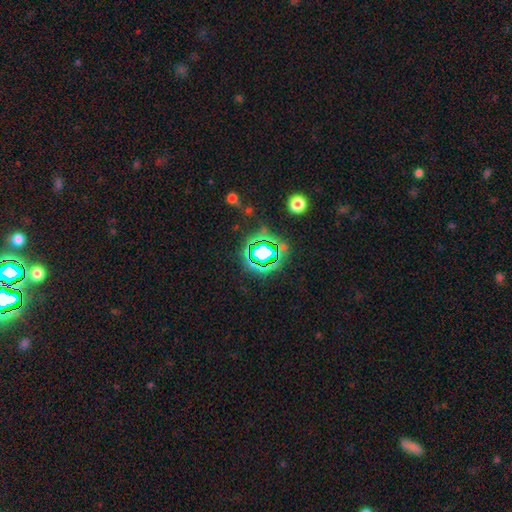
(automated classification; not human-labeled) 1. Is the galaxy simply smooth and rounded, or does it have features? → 70% star or artifact, 20% smooth, 11% featured or disk.